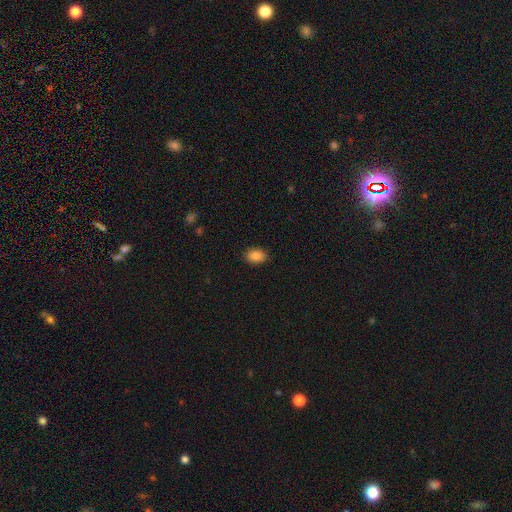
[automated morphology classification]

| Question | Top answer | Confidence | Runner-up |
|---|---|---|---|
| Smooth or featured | smooth | 87% | star or artifact (9%) |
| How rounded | in between | 81% | round (17%) |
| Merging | none | 89% | minor disturbance (8%) |